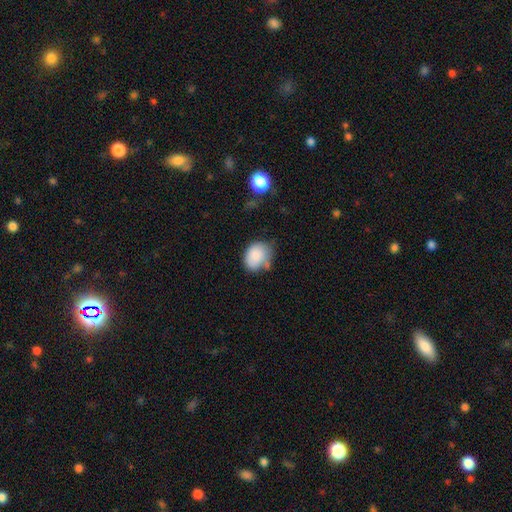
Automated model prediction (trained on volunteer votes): Overall: smooth (85%). How rounded: in between (56%; round 43%). Merging: none (51%; minor disturbance 30%).